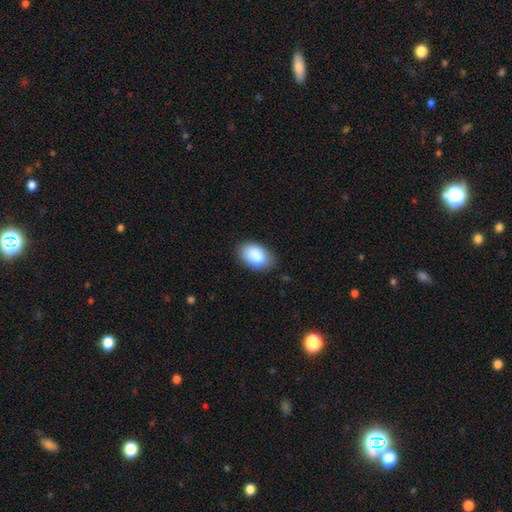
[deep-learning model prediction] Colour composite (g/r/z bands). It shows a smooth galaxy with no disk features (87%) that is in between round and cigar-shaped (91%). Merging: none (79%).